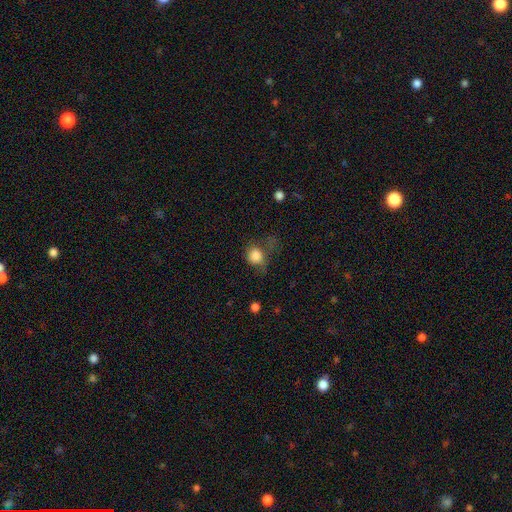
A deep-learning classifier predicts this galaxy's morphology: A smooth galaxy with no disk features (82%) that is round (70%). Merging: none (38%).